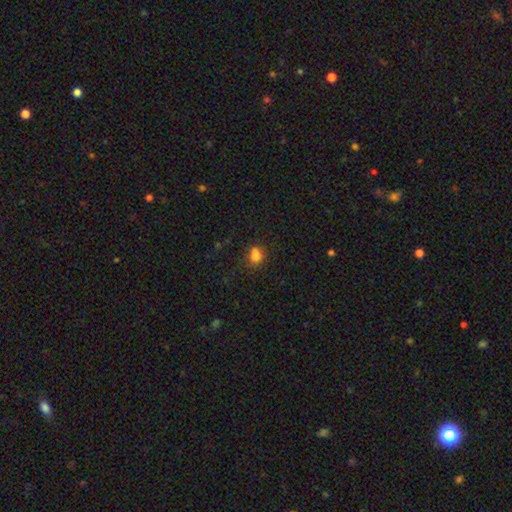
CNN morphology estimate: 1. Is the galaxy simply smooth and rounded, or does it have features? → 74% smooth, 15% star or artifact, 10% featured or disk.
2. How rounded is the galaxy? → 60% round, 39% in between, 1% cigar-shaped.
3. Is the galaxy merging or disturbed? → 46% none, 29% merger, 18% minor disturbance, 8% major disturbance.